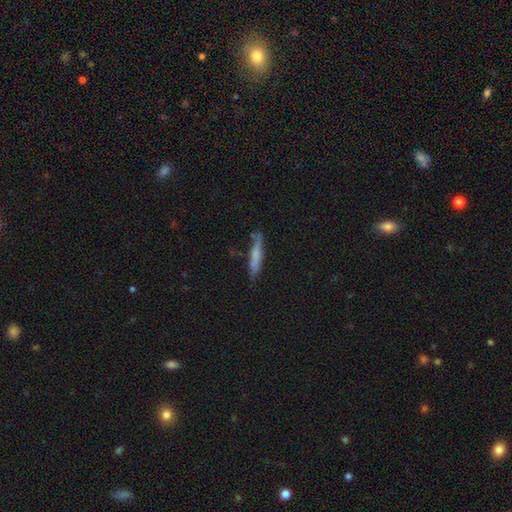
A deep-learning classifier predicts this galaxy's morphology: This appears to be a smooth galaxy with no disk features (60%) that is cigar-shaped (91%). Merging: none (75%).